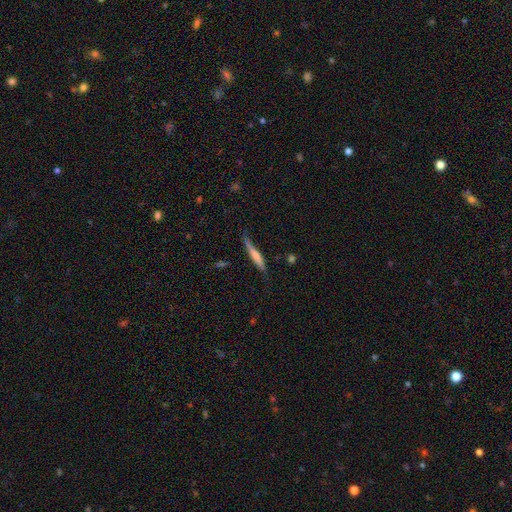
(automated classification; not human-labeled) Q: Smooth or featured?
A: smooth (50%); runner-up: featured or disk (44%)
Q: How rounded?
A: cigar-shaped (91%); runner-up: in between (8%)
Q: Merging?
A: none (71%); runner-up: minor disturbance (22%)